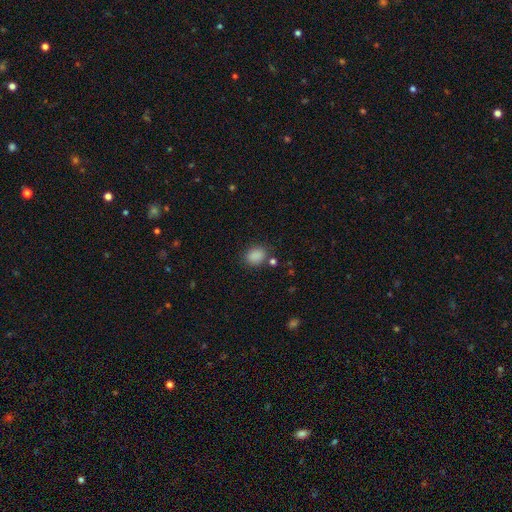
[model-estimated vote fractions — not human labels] Smooth or featured: smooth — 86% (star or artifact — 10%)
How rounded: in between — 52% (round — 47%)
Merging: none — 77% (minor disturbance — 13%)